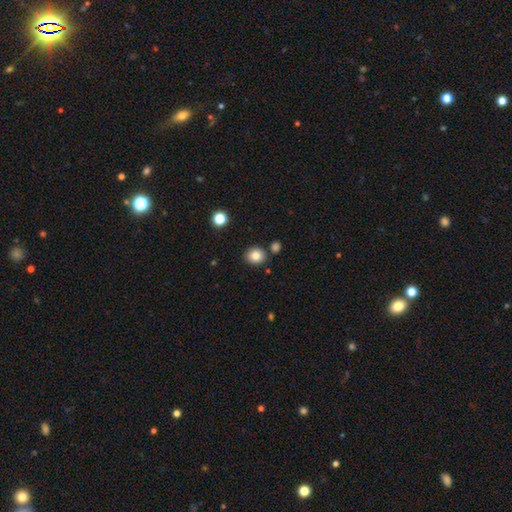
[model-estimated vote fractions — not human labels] smooth_or_featured: smooth (p=0.83) [alt: star or artifact p=0.10]
how_rounded: round (p=0.74) [alt: in between p=0.25]
merging: none (p=0.84) [alt: minor disturbance p=0.08]